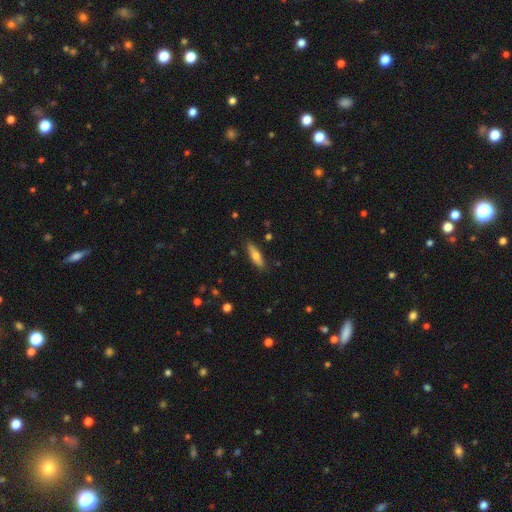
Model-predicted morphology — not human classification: smooth_or_featured: smooth (p=0.63) [alt: featured or disk p=0.30]
how_rounded: cigar-shaped (p=0.61) [alt: in between p=0.37]
merging: none (p=0.86) [alt: minor disturbance p=0.10]